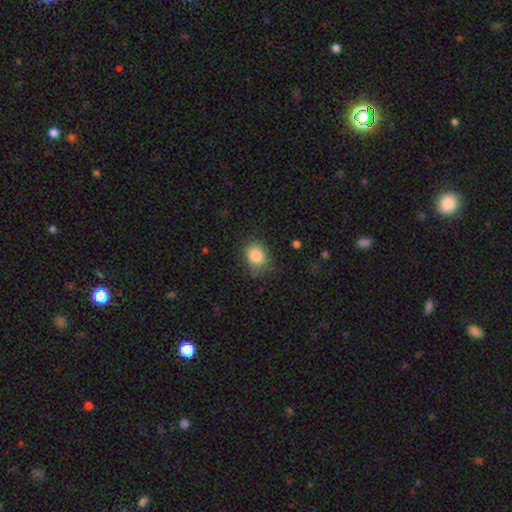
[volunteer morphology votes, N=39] Q: Smooth or featured?
A: smooth (85%); runner-up: featured or disk (8%)
Q: How rounded?
A: round (58%); runner-up: in between (42%)
Q: Merging?
A: none (56%); runner-up: minor disturbance (33%)